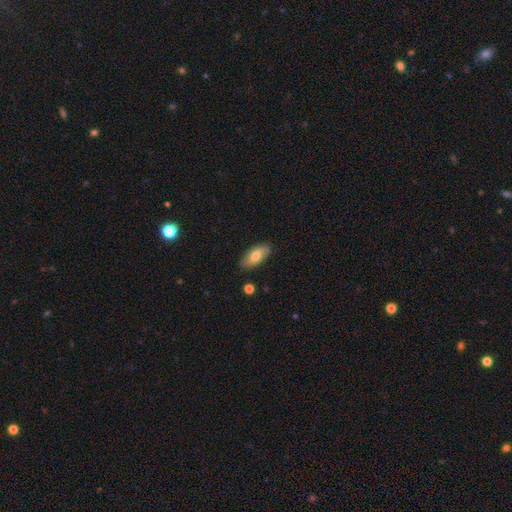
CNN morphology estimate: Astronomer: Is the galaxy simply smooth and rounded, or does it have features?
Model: smooth — 74%.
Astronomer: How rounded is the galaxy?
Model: in between — 87%.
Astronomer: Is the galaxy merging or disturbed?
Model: none — 85%.